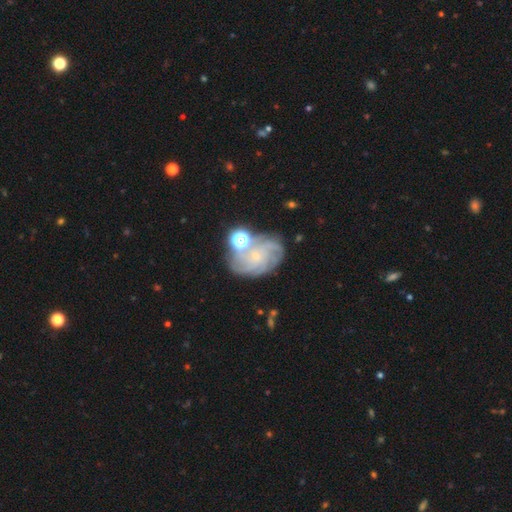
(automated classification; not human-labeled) This appears to be a featured or disk galaxy (72%) with no bar (76%), tight (56%) spiral arms (91%) and a small central bulge (75%). Merging: none (62%).